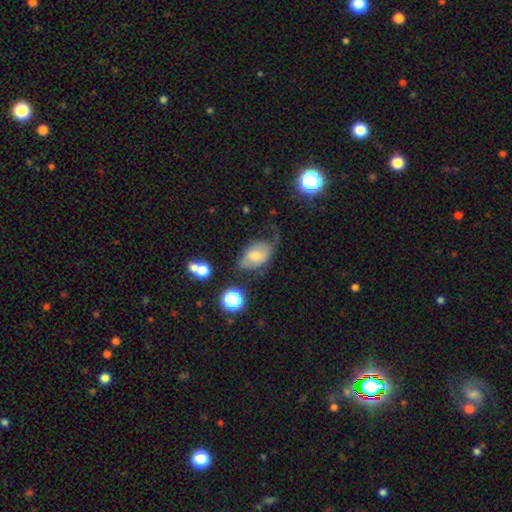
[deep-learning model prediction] Q: Smooth or featured?
A: smooth (53%); runner-up: featured or disk (36%)
Q: How rounded?
A: in between (83%); runner-up: round (16%)
Q: Merging?
A: none (34%); runner-up: major disturbance (30%)